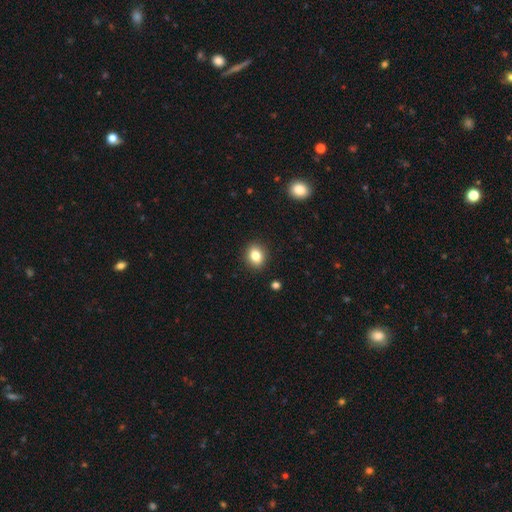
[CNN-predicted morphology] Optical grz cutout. It shows a smooth galaxy with no disk features (82%) that is round (60%). Merging: none (91%).